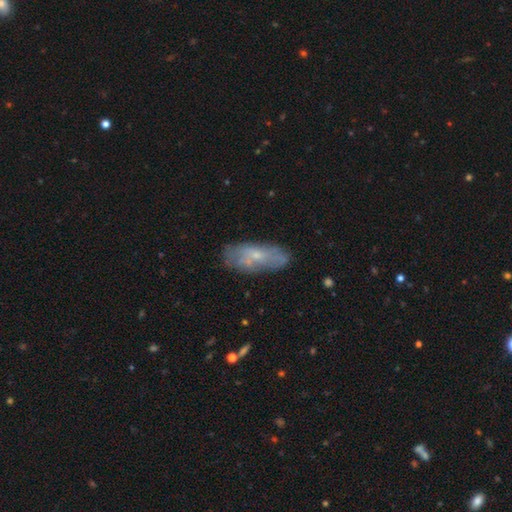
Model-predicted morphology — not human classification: Smooth or featured: smooth — 46% (tied with featured or disk — 46%)
Merging: none — 72% (minor disturbance — 19%)